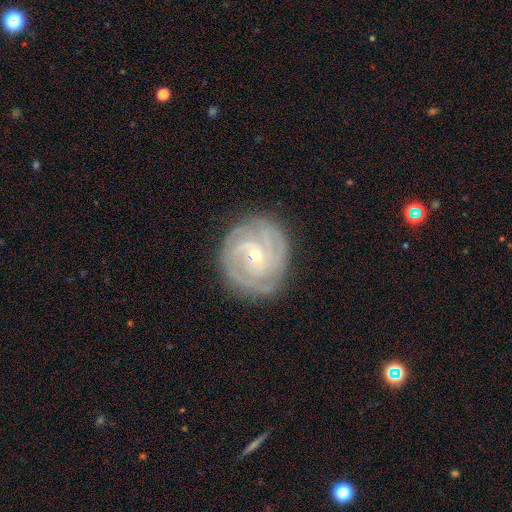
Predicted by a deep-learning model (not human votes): This is clearly a featured or disk galaxy (87%). It is clearly not viewed edge-on (97%). Bar: possibly no (53%). Spiral arm pattern: clearly yes (97%). Spiral arm count: marginally 3 (35%). Spiral winding: likely tight (75%). Central bulge: possibly small (54%). Merging: clearly none (82%).